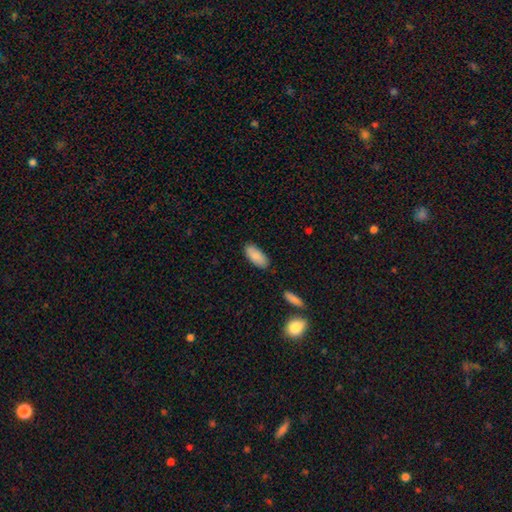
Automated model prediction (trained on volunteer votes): smooth_or_featured: smooth (p=0.87) [alt: featured or disk p=0.07]
how_rounded: in between (p=0.88) [alt: cigar-shaped p=0.10]
merging: none (p=0.85) [alt: minor disturbance p=0.11]